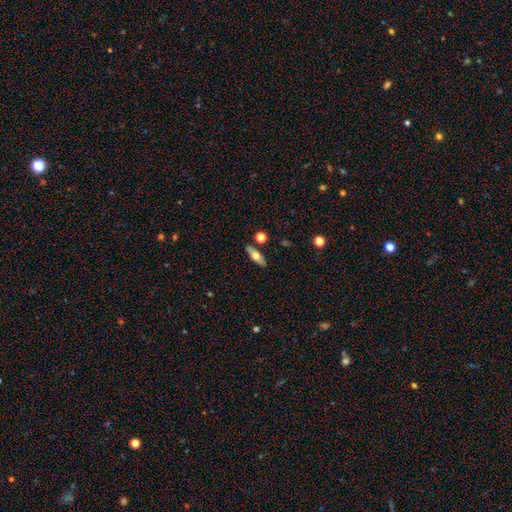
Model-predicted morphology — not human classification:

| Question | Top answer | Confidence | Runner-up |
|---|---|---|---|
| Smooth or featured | smooth | 58% | featured or disk (35%) |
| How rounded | in between | 63% | cigar-shaped (33%) |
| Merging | none | 82% | minor disturbance (10%) |